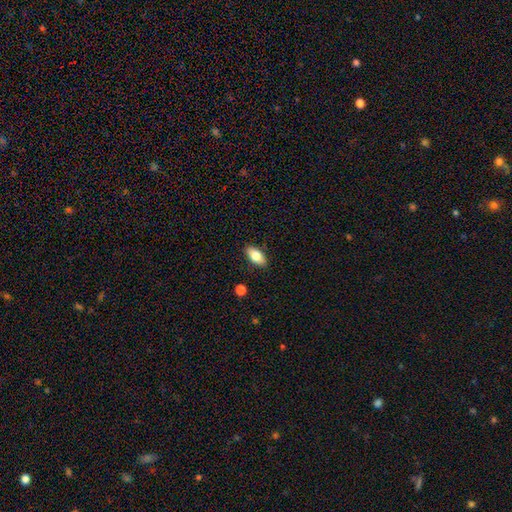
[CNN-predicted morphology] Smooth or featured?
  - smooth: 80% *
  - featured or disk: 13%
  - star or artifact: 7%
How rounded?
  - in between: 90% *
  - cigar-shaped: 6%
  - round: 3%
Merging?
  - none: 88% *
  - minor disturbance: 9%
  - major disturbance: 2%
  - merger: 1%